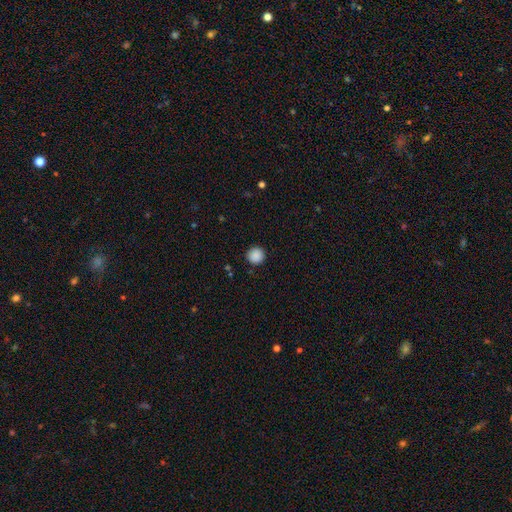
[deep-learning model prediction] Smooth or featured?
  - smooth: 88% *
  - star or artifact: 9%
  - featured or disk: 2%
How rounded?
  - round: 93% *
  - in between: 6%
  - cigar-shaped: 1%
Merging?
  - none: 91% *
  - minor disturbance: 6%
  - major disturbance: 2%
  - merger: 1%